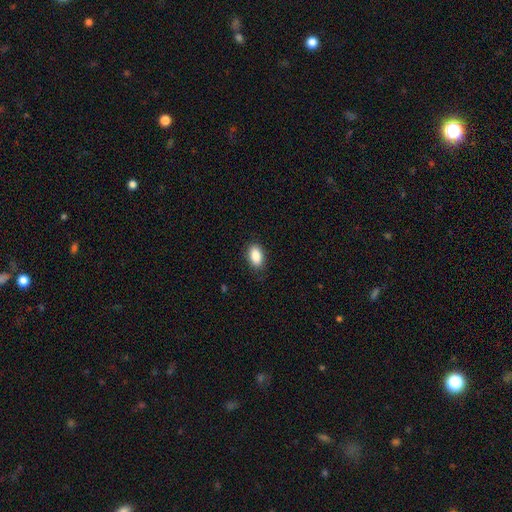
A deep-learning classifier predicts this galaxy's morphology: This is clearly a smooth galaxy (88%). How rounded: clearly in between (91%). Merging: clearly none (87%).